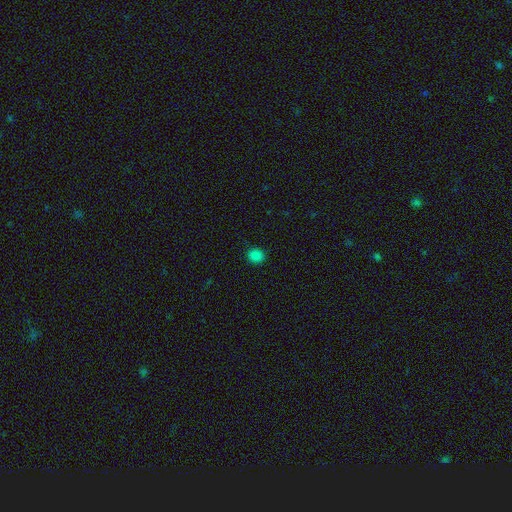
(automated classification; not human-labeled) Smooth or featured? smooth (83%)
How rounded? round (80%)
Merging? none (90%)